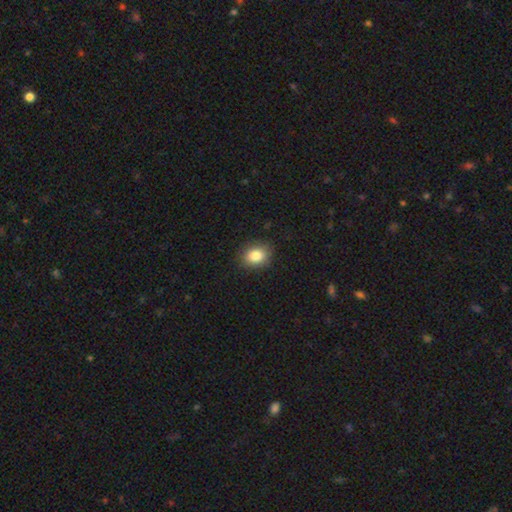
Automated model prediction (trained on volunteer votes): Smooth or featured?
  - smooth: 84% *
  - star or artifact: 9%
  - featured or disk: 7%
How rounded?
  - in between: 52% *
  - round: 47%
  - cigar-shaped: 1%
Merging?
  - none: 85% *
  - minor disturbance: 11%
  - major disturbance: 3%
  - merger: 1%